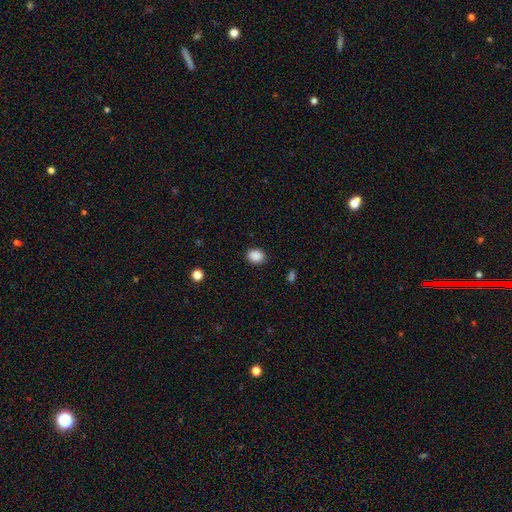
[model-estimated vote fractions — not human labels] A smooth galaxy with no disk features (89%) that is in between round and cigar-shaped (50%). Merging: none (88%).